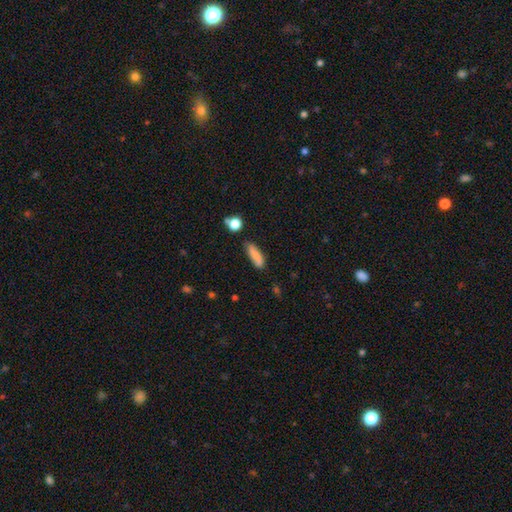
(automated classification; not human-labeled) This is likely a smooth galaxy (76%). How rounded: possibly in between (51%). Merging: likely none (72%).